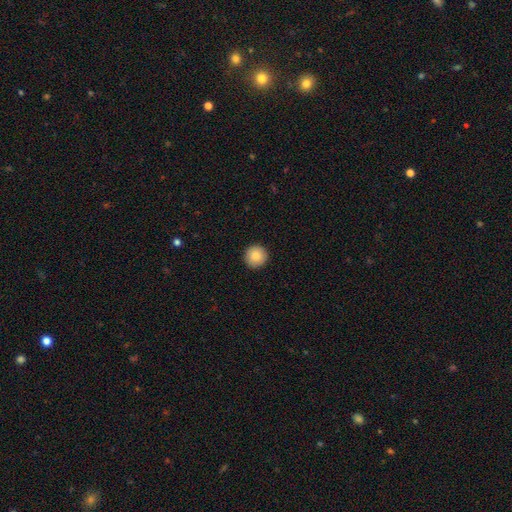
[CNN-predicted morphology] Smooth or featured: smooth — 87% (star or artifact — 8%)
How rounded: round — 96% (in between — 3%)
Merging: none — 93% (minor disturbance — 5%)